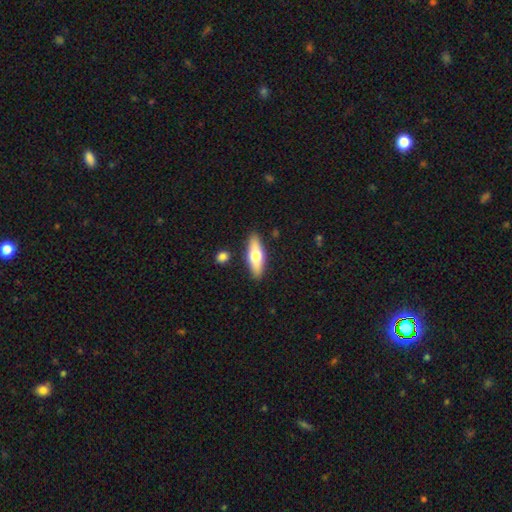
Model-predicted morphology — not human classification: This appears to be a smooth galaxy with no disk features (59%) that is in between round and cigar-shaped (57%). Merging: none (86%).